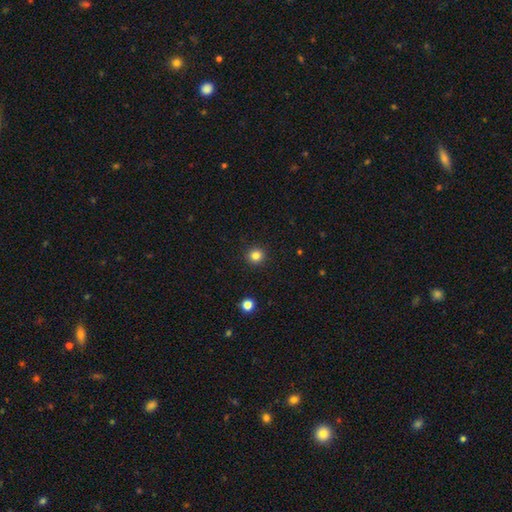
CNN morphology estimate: smooth 83%, star or artifact 13%, featured or disk 5%. Down the decision tree: how rounded — round (94%); merging — none (92%).